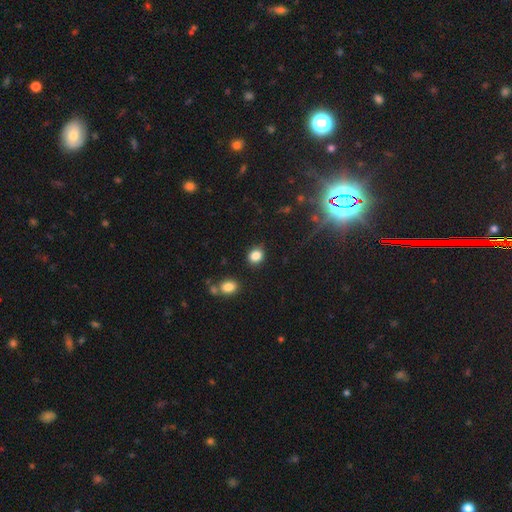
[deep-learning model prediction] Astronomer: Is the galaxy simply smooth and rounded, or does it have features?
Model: smooth — 85%.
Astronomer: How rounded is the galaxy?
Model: round — 62%.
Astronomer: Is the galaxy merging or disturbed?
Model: none — 85%.